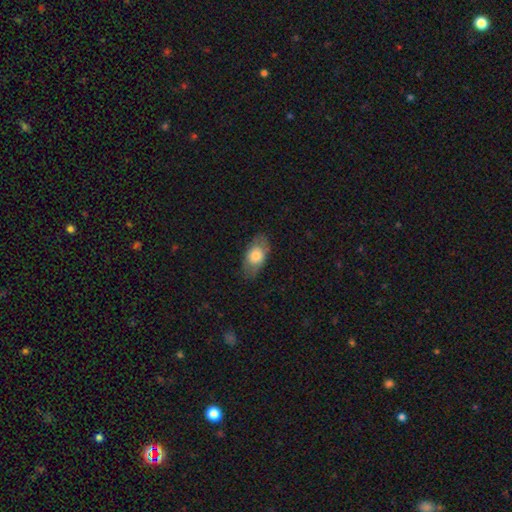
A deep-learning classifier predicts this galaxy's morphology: This is likely a smooth galaxy (69%). How rounded: clearly in between (85%). Merging: likely none (73%).